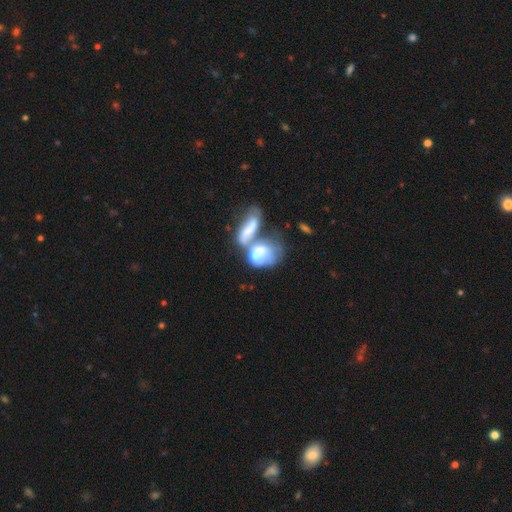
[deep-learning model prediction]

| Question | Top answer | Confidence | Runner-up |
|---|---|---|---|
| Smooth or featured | smooth | 55% | featured or disk (37%) |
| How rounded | in between | 78% | round (16%) |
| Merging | merger | 69% | major disturbance (13%) |